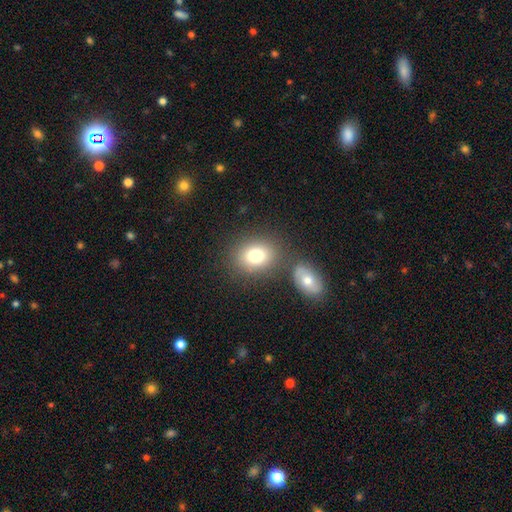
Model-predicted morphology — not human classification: Smooth or featured? smooth (78%)
How rounded? round (50%)
Merging? none (69%)